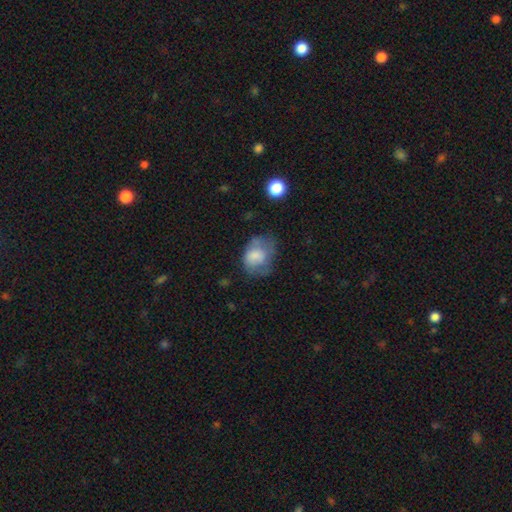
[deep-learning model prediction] The model was most divided on "merging": none: 37%, minor disturbance: 32%, major disturbance: 29%, merger: 2%. More confident: smooth or featured — smooth (68%); how rounded — in between (59%).